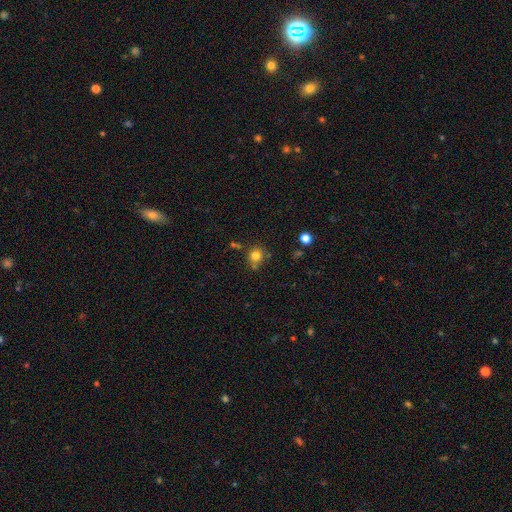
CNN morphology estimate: smooth 79%, star or artifact 14%, featured or disk 8%. Down the decision tree: how rounded — round (87%); merging — none (69%).